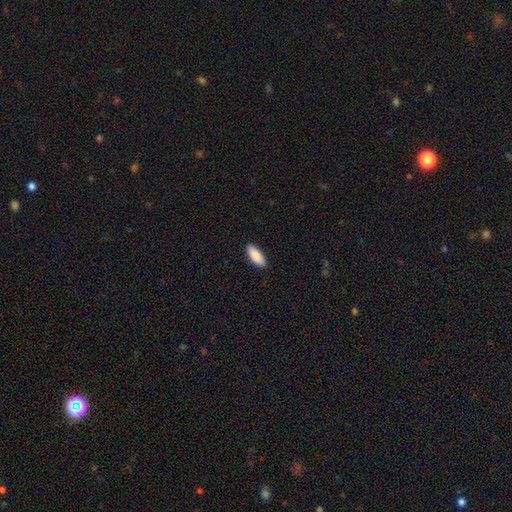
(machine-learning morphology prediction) Smooth or featured? Predicted: smooth (p=0.89). How rounded? Predicted: in between (p=0.80). Merging? Predicted: none (p=0.89).